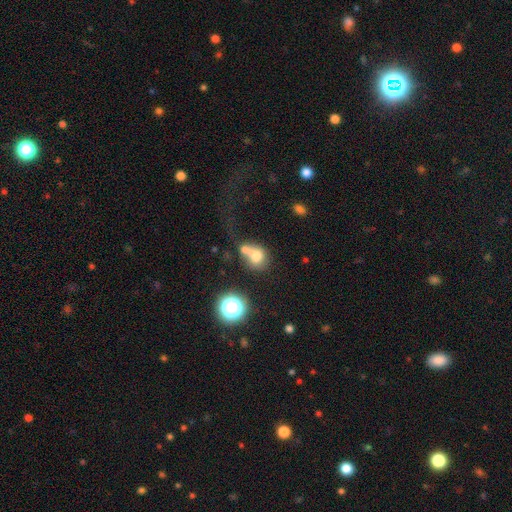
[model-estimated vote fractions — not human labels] smooth_or_featured: smooth (p=0.67) [alt: featured or disk p=0.19]
how_rounded: round (p=0.58) [alt: in between p=0.40]
merging: merger (p=0.49) [alt: none p=0.26]